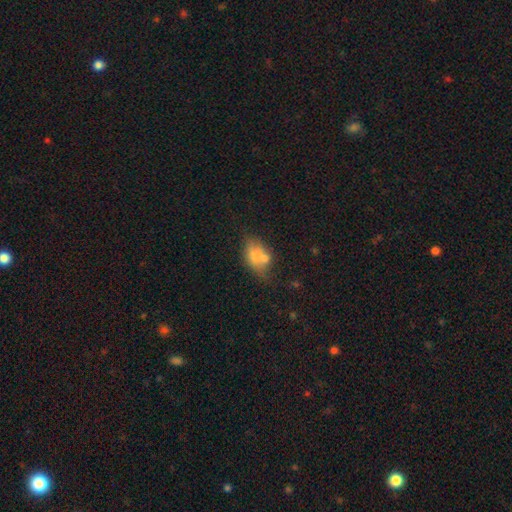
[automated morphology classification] Smooth or featured? Predicted: smooth (p=0.65). How rounded? Predicted: in between (p=0.79). Merging? Predicted: none (p=0.40).